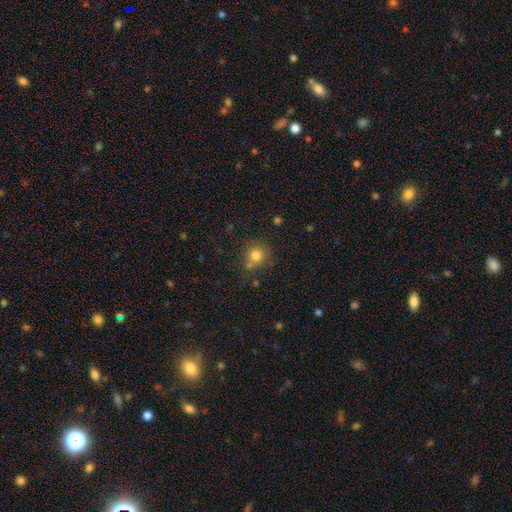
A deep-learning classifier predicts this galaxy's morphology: A smooth galaxy with no disk features (79%) that is round (88%).

Vote fractions:
- Smooth or featured? smooth: 79% / star or artifact: 13% / featured or disk: 8%
- How rounded? round: 88% / in between: 11% / cigar-shaped: 1%
- Merging? none: 69% / merger: 13% / minor disturbance: 13% / major disturbance: 4%